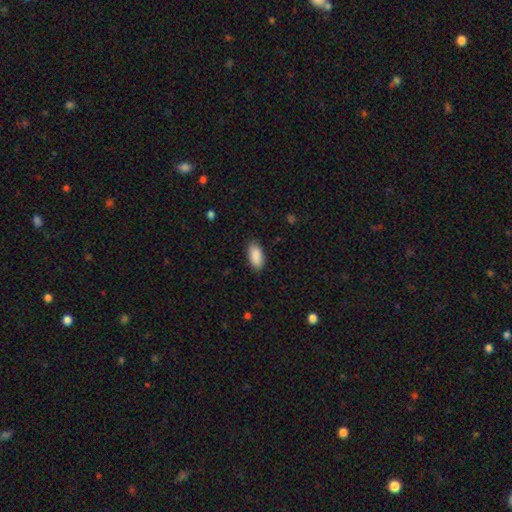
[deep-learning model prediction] Smooth or featured? smooth (90%)
How rounded? in between (91%)
Merging? none (86%)